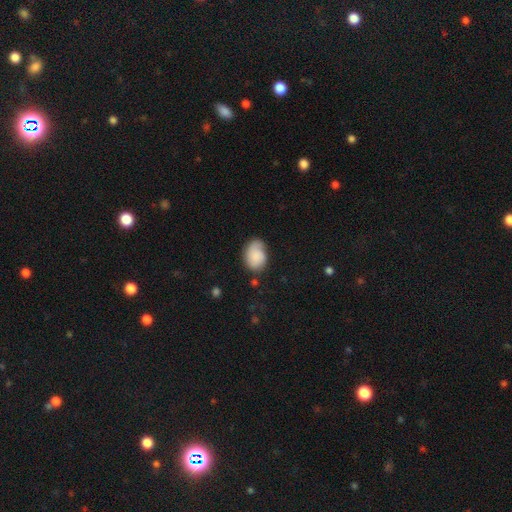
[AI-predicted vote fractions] Smooth or featured? smooth (75%)
How rounded? in between (78%)
Merging? none (56%)